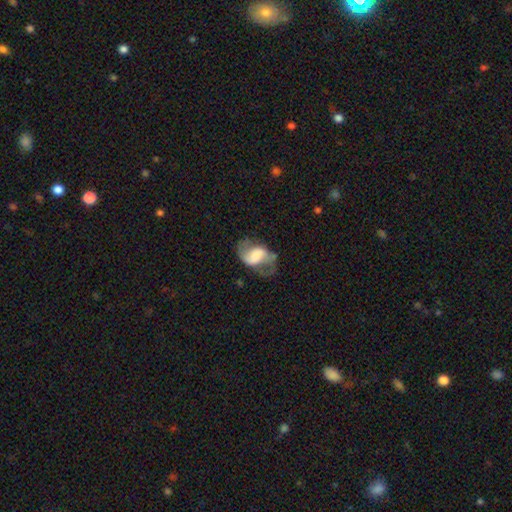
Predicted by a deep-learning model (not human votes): smooth-or-featured: featured or disk: 62% | smooth: 30% | star or artifact: 8%
  disk-edge-on: no: 97% | yes: 3%
    bar: no: 38% (tied) | weak: 38% (tied) | strong: 24%
    has-spiral-arms: yes: 79% | no: 21%
    bulge-size: large: 33% | none: 29% | moderate: 14% | small: 13% | dominant: 12%
  merging: none: 46% | major disturbance: 26% | minor disturbance: 25% | merger: 3%